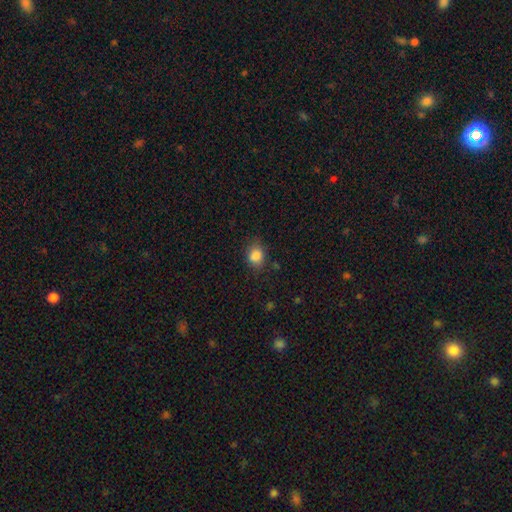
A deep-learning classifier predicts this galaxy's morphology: A smooth galaxy with no disk features (85%) that is round (53%). Merging: none (71%).